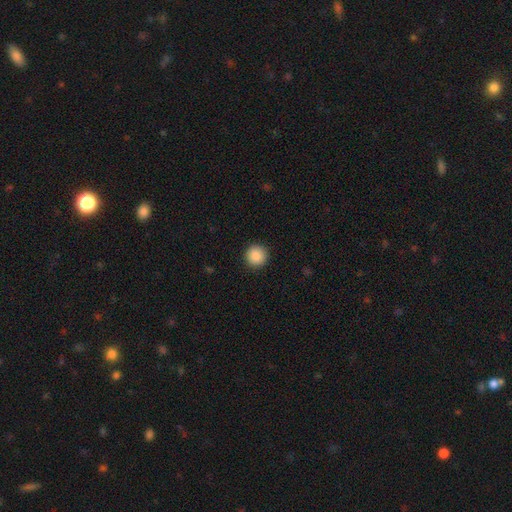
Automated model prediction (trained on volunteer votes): Overall: smooth (88%). How rounded: round (95%). Merging: none (92%).